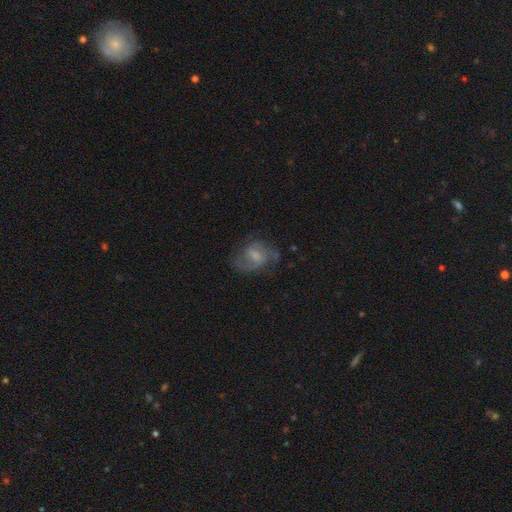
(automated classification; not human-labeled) Smooth or featured?
  - featured or disk: 61% *
  - smooth: 31%
  - star or artifact: 8%
Edge-on disk?
  - no: 97% *
  - yes: 3%
Bar?
  - weak: 54% *
  - no: 33%
  - strong: 14%
Spiral arms?
  - yes: 81% *
  - no: 19%
Bulge size?
  - small: 39% *
  - moderate: 33%
  - none: 21%
  - large: 6%
  - dominant: 1%
Merging?
  - none: 55% *
  - minor disturbance: 23%
  - major disturbance: 20%
  - merger: 2%